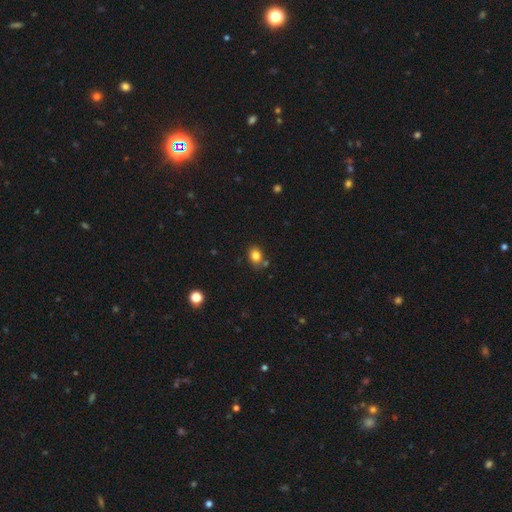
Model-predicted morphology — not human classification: smooth 82%, star or artifact 11%, featured or disk 7%. Down the decision tree: how rounded — in between (54%); merging — none (72%).